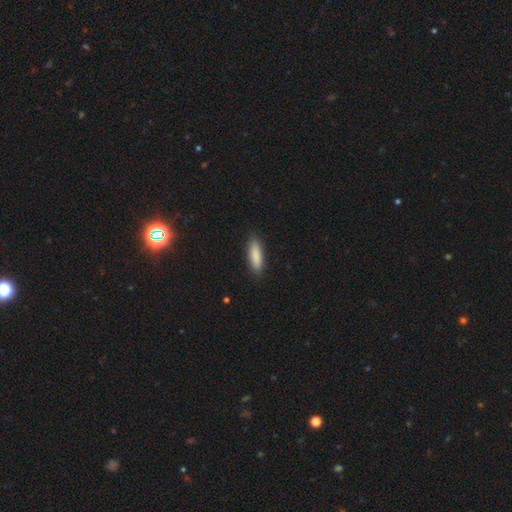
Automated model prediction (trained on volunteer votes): A smooth galaxy with no disk features (87%) that is cigar-shaped (52%). Merging: none (87%).